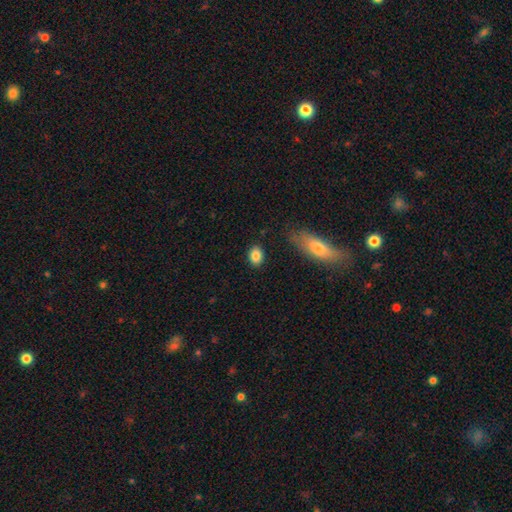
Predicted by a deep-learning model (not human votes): This is clearly a smooth galaxy (86%). How rounded: likely in between (65%). Merging: clearly none (86%).